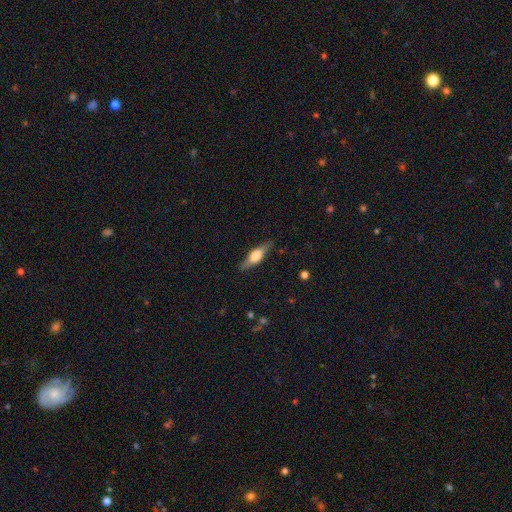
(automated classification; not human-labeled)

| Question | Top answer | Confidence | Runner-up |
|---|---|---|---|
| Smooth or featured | featured or disk | 53% | smooth (41%) |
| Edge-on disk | yes | 93% | no (7%) |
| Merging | none | 85% | minor disturbance (11%) |